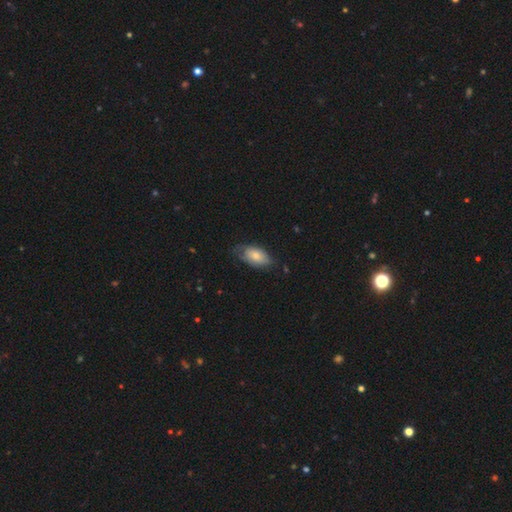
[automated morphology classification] Smooth or featured? smooth (72%)
How rounded? in between (92%)
Merging? none (54%)